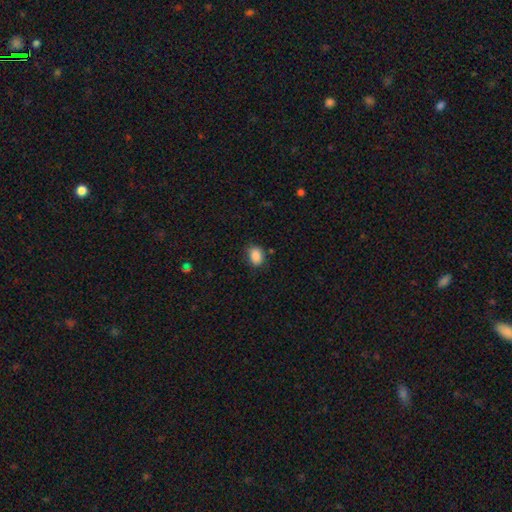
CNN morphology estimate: smooth_or_featured: smooth (p=0.87) [alt: star or artifact p=0.09]
how_rounded: in between (p=0.58) [alt: round p=0.41]
merging: none (p=0.80) [alt: minor disturbance p=0.15]